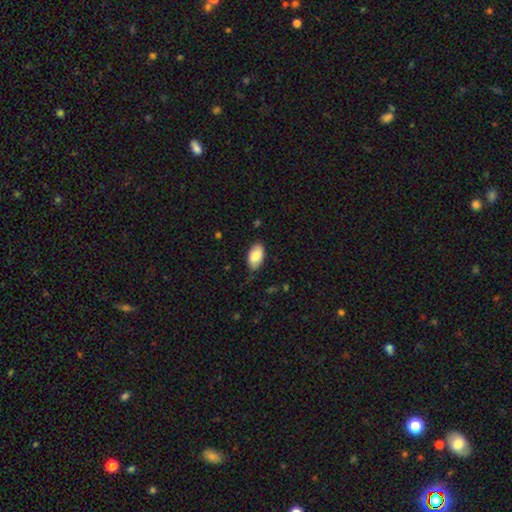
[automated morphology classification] A smooth galaxy with no disk features (85%) that is in between round and cigar-shaped (95%).

Vote fractions:
- Smooth or featured? smooth: 85% / featured or disk: 9% / star or artifact: 6%
- How rounded? in between: 95% / round: 3% / cigar-shaped: 2%
- Merging? none: 78% / minor disturbance: 17% / major disturbance: 3% / merger: 1%